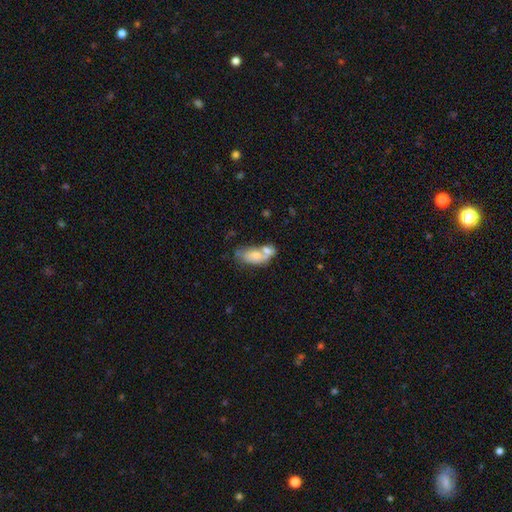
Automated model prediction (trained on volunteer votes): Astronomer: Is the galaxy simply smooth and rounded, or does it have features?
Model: smooth — 65%.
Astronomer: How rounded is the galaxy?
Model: in between — 86%.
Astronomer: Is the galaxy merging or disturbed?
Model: merger — 56%.